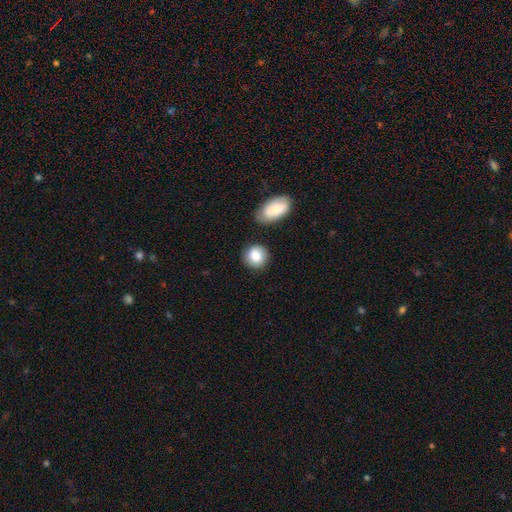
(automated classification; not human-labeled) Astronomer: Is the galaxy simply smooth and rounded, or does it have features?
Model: smooth — 83%.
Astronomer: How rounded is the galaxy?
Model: round — 81%.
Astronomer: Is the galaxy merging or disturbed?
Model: none — 79%.